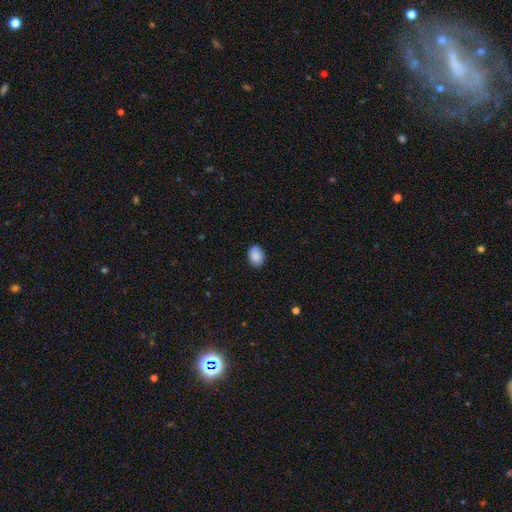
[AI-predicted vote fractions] The model was most divided on "how rounded": in between: 72%, round: 27%, cigar-shaped: 1%. More confident: smooth or featured — smooth (85%); merging — none (81%).